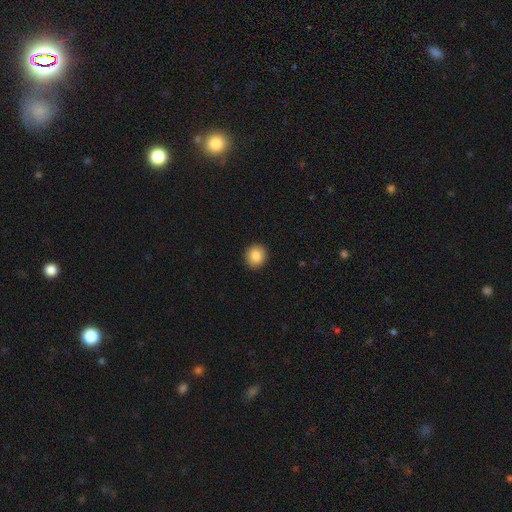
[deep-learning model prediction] smooth 86%, star or artifact 8%, featured or disk 5%. Down the decision tree: how rounded — round (86%); merging — none (92%).